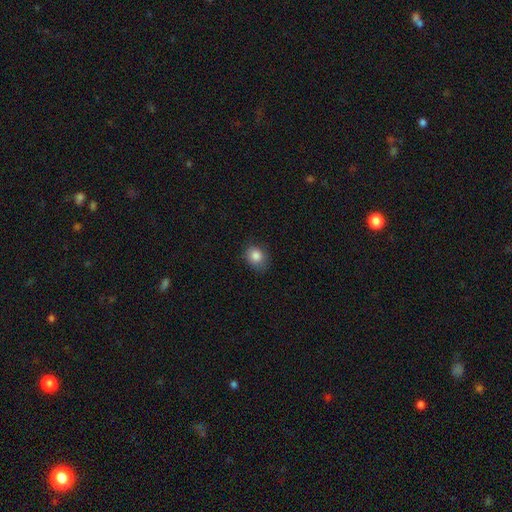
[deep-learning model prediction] Smooth or featured: smooth — 84% (star or artifact — 10%)
How rounded: round — 61% (in between — 38%)
Merging: none — 79% (minor disturbance — 17%)